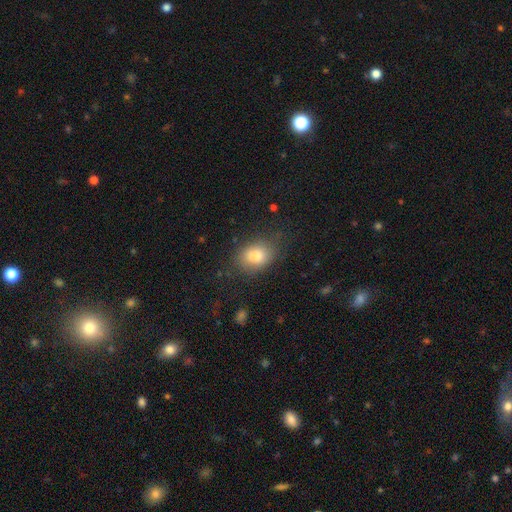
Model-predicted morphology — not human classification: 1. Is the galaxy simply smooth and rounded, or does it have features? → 80% smooth, 11% featured or disk, 9% star or artifact.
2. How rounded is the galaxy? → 72% in between, 26% round, 1% cigar-shaped.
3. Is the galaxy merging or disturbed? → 72% none, 19% minor disturbance, 7% major disturbance, 2% merger.